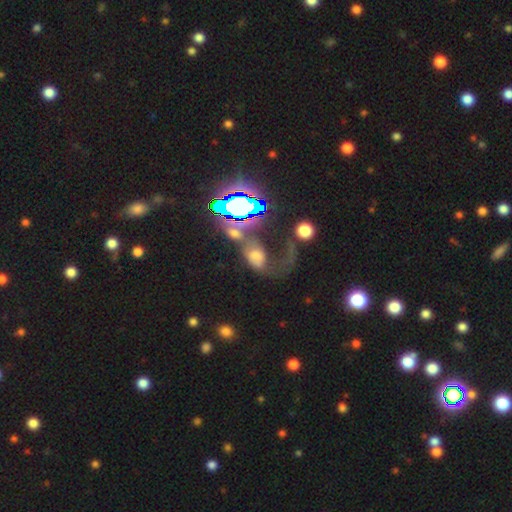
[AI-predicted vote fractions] Smooth or featured? Predicted: featured or disk (p=0.38). Merging? Predicted: major disturbance (p=0.41).